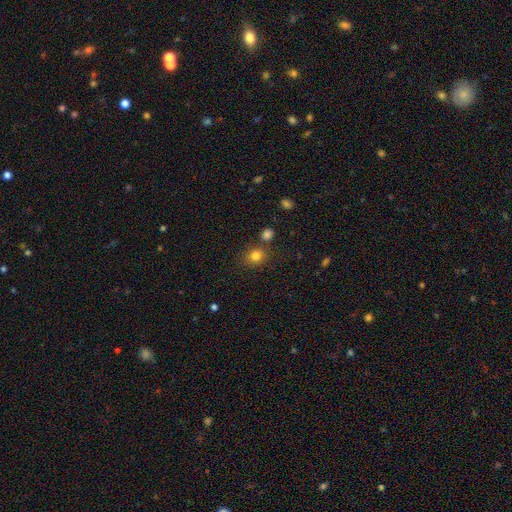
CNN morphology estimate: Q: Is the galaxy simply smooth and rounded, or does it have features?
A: smooth — 80%.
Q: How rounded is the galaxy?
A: round — 75%.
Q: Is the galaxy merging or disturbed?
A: none — 75%.